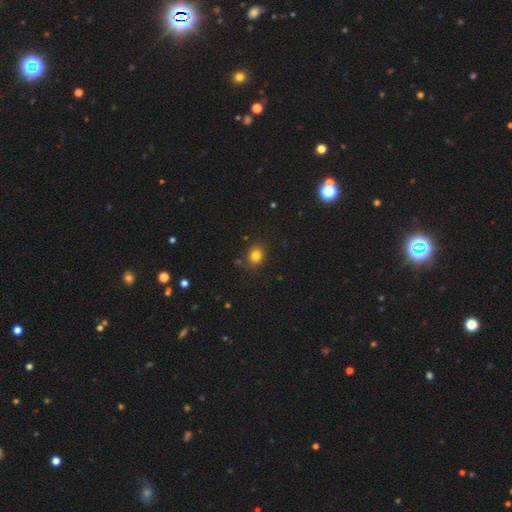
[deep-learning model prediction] smooth-or-featured: smooth: 82% | star or artifact: 12% | featured or disk: 6%
  how-rounded: round: 67% | in between: 32% | cigar-shaped: 1%
  merging: none: 83% | minor disturbance: 11% | major disturbance: 3% | merger: 3%